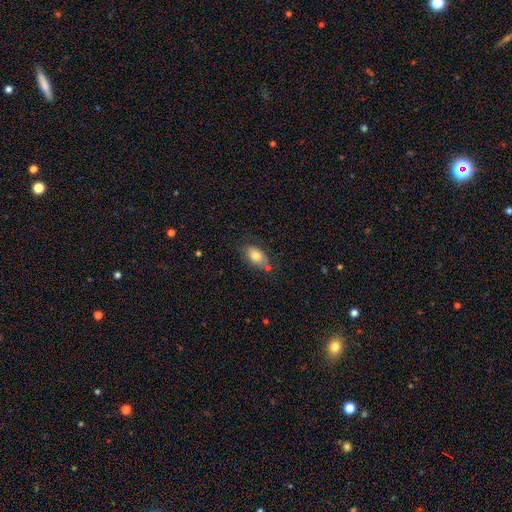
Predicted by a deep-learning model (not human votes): Q: Smooth or featured?
A: smooth (79%); runner-up: featured or disk (13%)
Q: How rounded?
A: in between (89%); runner-up: round (9%)
Q: Merging?
A: none (65%); runner-up: minor disturbance (22%)